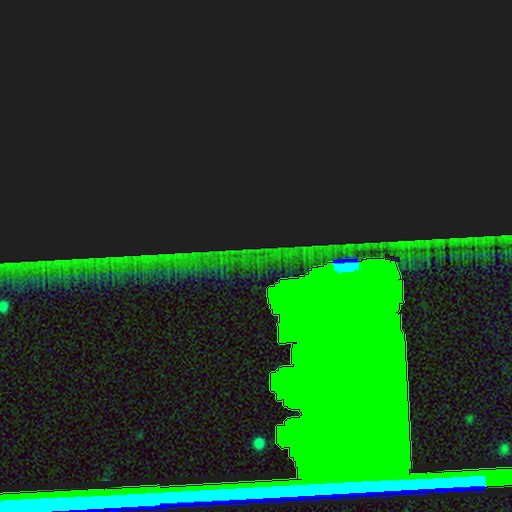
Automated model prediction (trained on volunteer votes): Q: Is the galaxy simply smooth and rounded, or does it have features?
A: star or artifact — 81%.